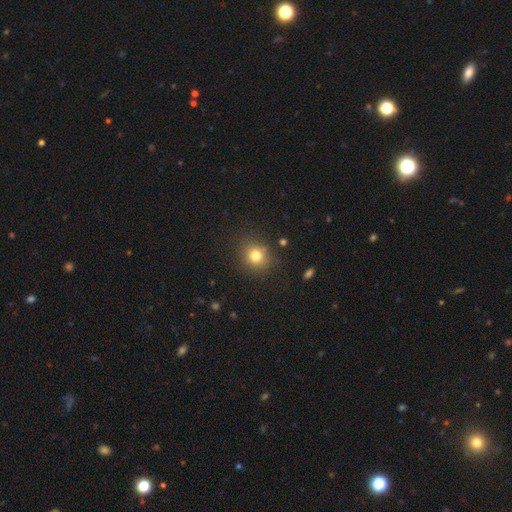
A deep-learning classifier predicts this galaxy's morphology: The model was most divided on "how rounded": round: 80%, in between: 19%, cigar-shaped: 1%. More confident: merging — none (84%); smooth or featured — smooth (79%).